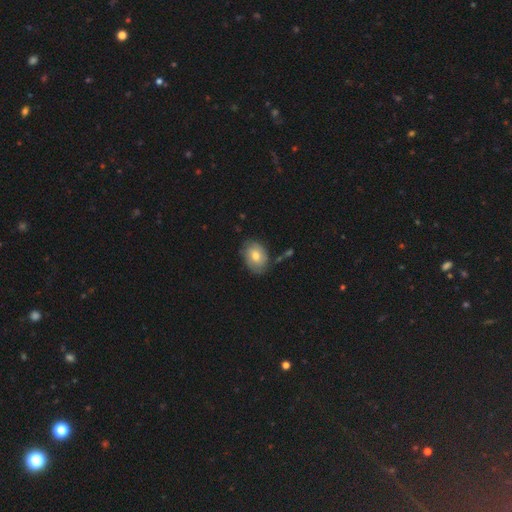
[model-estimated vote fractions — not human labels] smooth 69%, featured or disk 23%, star or artifact 8%. Down the decision tree: how rounded — in between (72%); merging — none (74%).